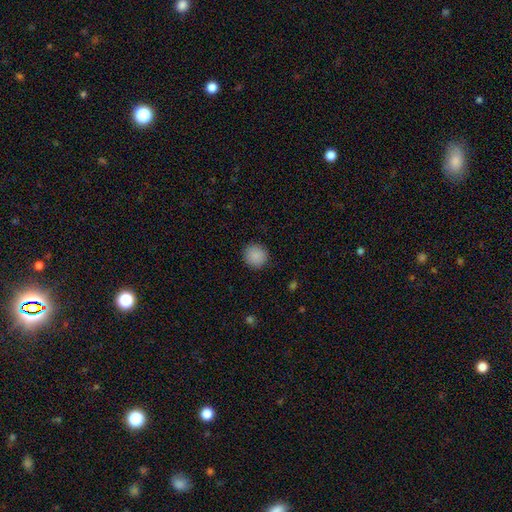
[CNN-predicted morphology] A smooth galaxy with no disk features (89%) that is round (93%). Merging: none (92%).